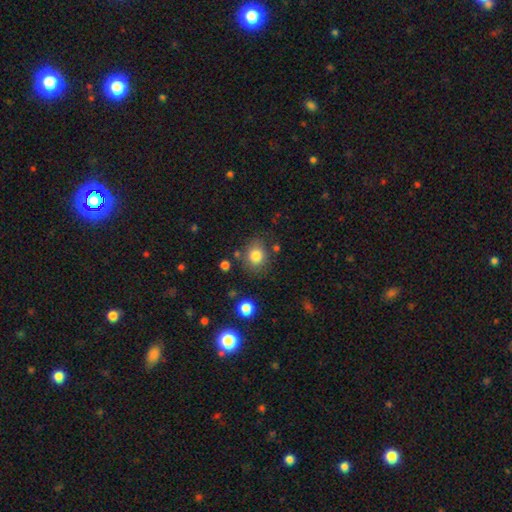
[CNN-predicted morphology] type=smooth (82%); roundness=round (67%); merging=none (77%).